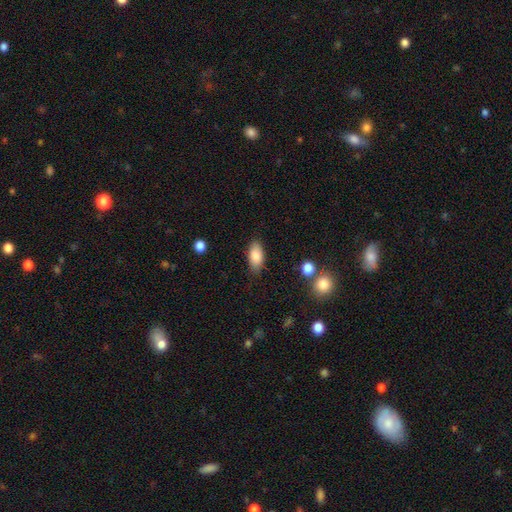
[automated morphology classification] Q: Smooth or featured?
A: smooth (85%); runner-up: featured or disk (8%)
Q: How rounded?
A: in between (89%); runner-up: cigar-shaped (8%)
Q: Merging?
A: none (82%); runner-up: minor disturbance (13%)